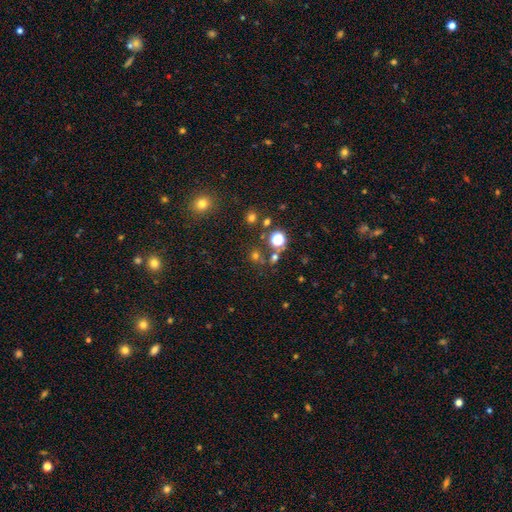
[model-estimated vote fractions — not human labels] A smooth galaxy with no disk features (57%) that is round (88%). Merging: none (73%).